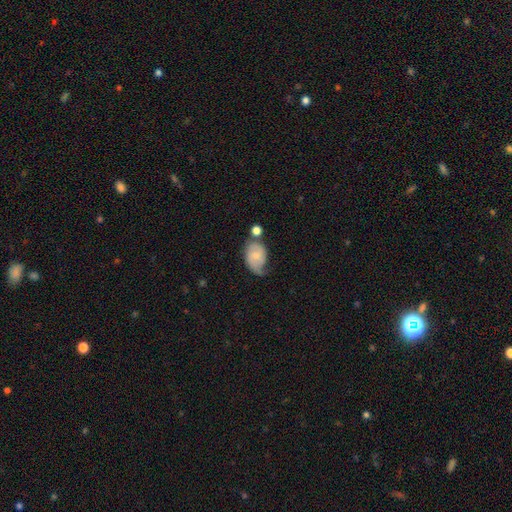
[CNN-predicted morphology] smooth 47%, featured or disk 45%, star or artifact 7%. Down the decision tree: merging — none (36%).